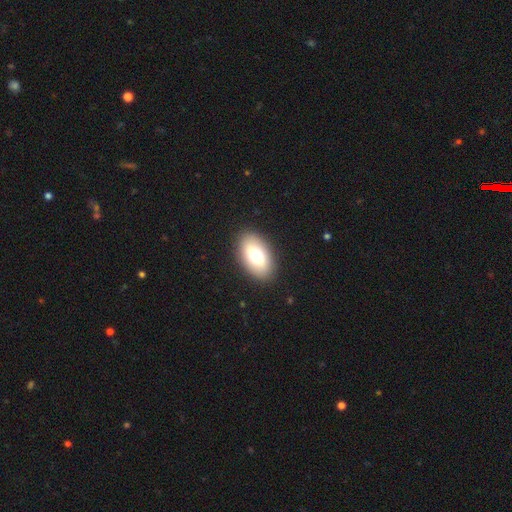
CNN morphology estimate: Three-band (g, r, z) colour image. It shows a smooth galaxy with no disk features (71%) that is in between round and cigar-shaped (92%). Merging: none (89%).